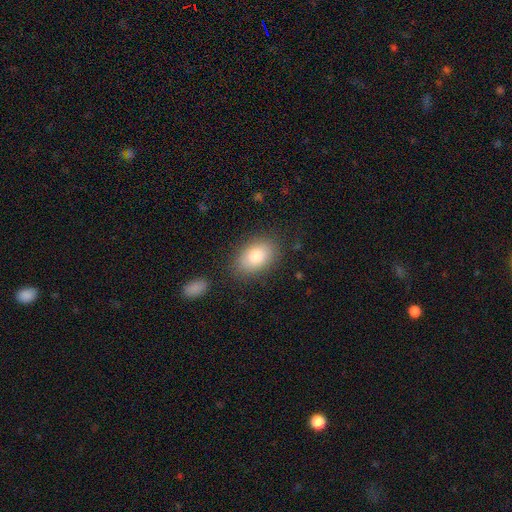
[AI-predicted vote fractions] Morphology: type=smooth (81%); roundness=in between (87%); merging=none (83%).